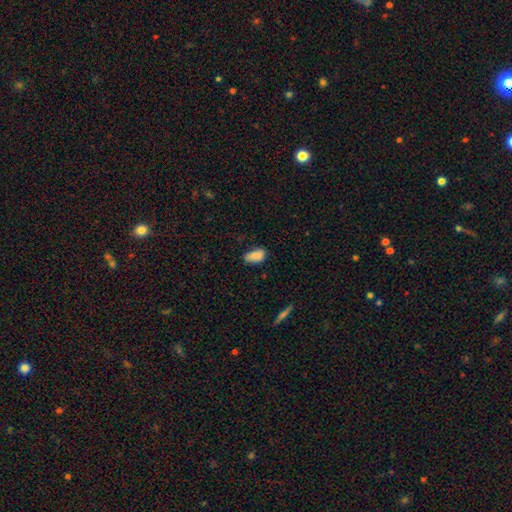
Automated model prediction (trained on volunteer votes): Smooth or featured? smooth (84%)
How rounded? in between (92%)
Merging? none (65%)